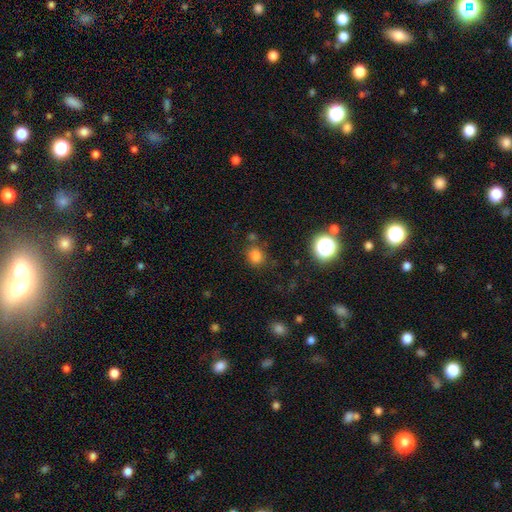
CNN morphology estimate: smooth_or_featured: smooth (p=0.78) [alt: star or artifact p=0.17]
how_rounded: round (p=0.74) [alt: in between p=0.25]
merging: none (p=0.77) [alt: minor disturbance p=0.12]